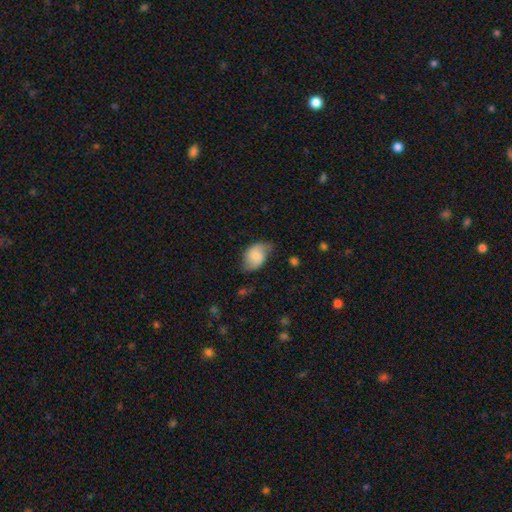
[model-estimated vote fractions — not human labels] smooth 61%, featured or disk 32%, star or artifact 7%. Down the decision tree: how rounded — in between (82%); merging — none (56%).